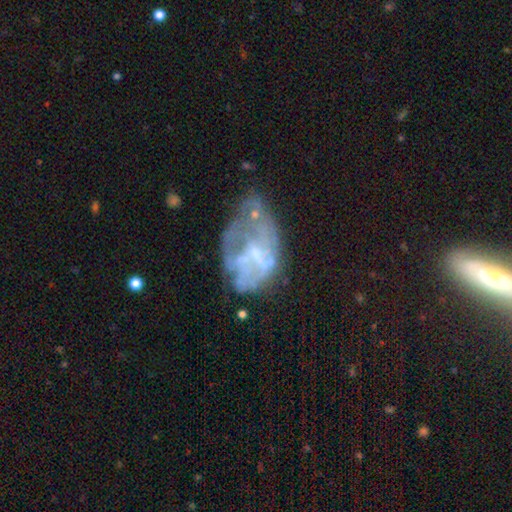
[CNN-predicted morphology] Smooth or featured: featured or disk — 62% (smooth — 25%)
Edge-on disk: no — 97% (yes — 3%)
Bar: no — 71% (weak — 23%)
Spiral arms: no — 78% (yes — 22%)
Bulge size: none — 46% (small — 33%)
Merging: none — 33% (major disturbance — 32%)